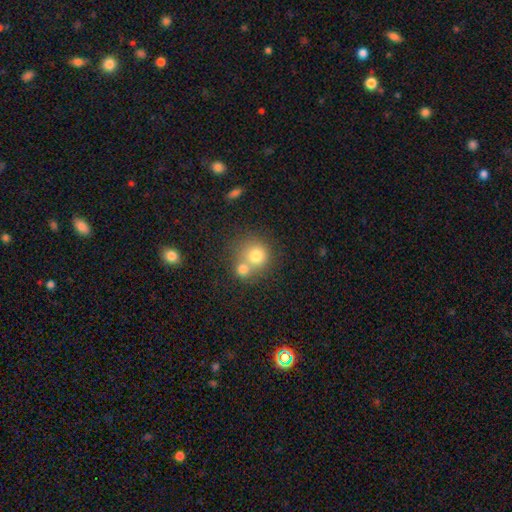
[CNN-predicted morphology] A smooth galaxy with no disk features (75%) that is round (84%).

Vote fractions:
- Smooth or featured? smooth: 75% / featured or disk: 14% / star or artifact: 11%
- How rounded? round: 84% / in between: 15% / cigar-shaped: 1%
- Merging? merger: 50% / none: 39% / minor disturbance: 7% / major disturbance: 3%